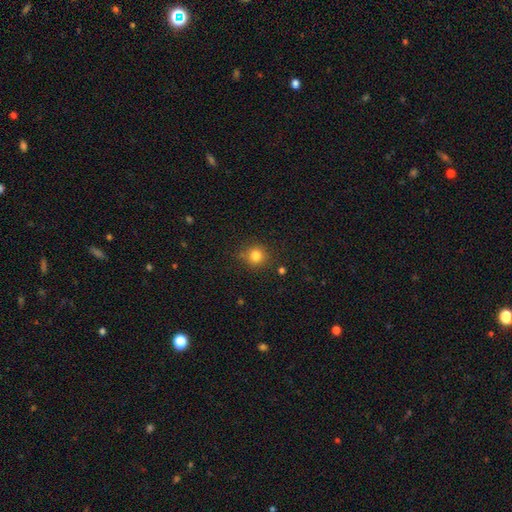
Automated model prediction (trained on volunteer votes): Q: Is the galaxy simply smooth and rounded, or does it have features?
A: smooth — 81%.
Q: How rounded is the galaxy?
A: round — 91%.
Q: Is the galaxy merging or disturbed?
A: none — 83%.